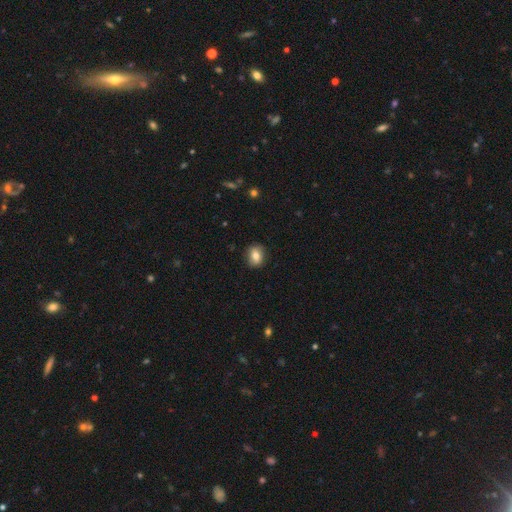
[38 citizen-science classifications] Volunteers were most divided on "how rounded": round: 54%, in between: 46%, cigar-shaped: 0%. More confident: merging — none (77%); smooth or featured — smooth (74%).